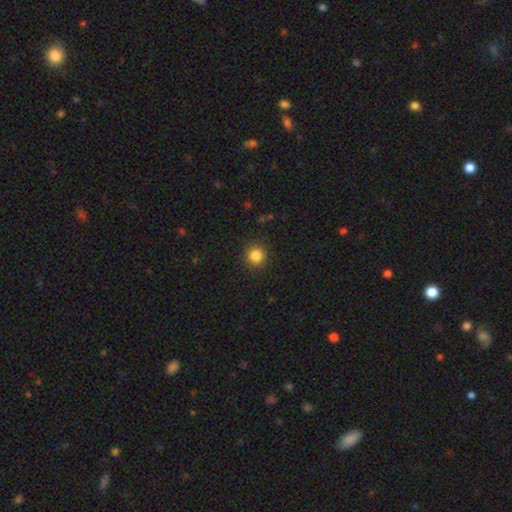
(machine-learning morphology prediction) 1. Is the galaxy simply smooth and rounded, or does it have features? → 84% smooth, 12% star or artifact, 4% featured or disk.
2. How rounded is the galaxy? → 93% round, 6% in between, 1% cigar-shaped.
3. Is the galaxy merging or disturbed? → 91% none, 6% minor disturbance, 2% major disturbance, 1% merger.